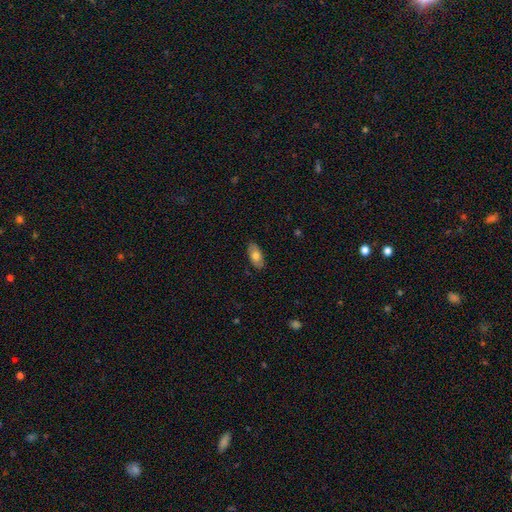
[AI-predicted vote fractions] A smooth galaxy with no disk features (74%) that is in between round and cigar-shaped (91%). Merging: none (85%).